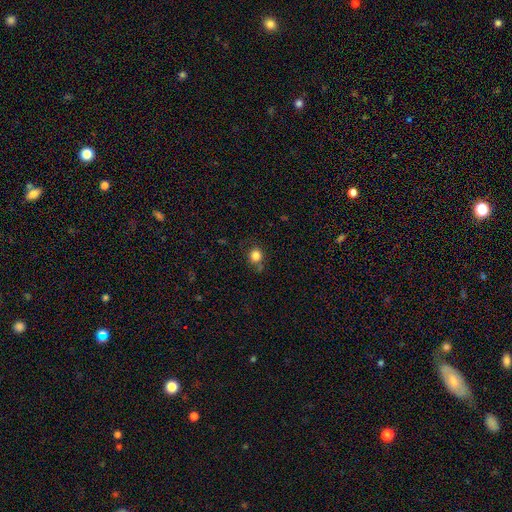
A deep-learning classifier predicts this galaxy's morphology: Smooth or featured? Predicted: smooth (p=0.83). How rounded? Predicted: round (p=0.84). Merging? Predicted: none (p=0.74).